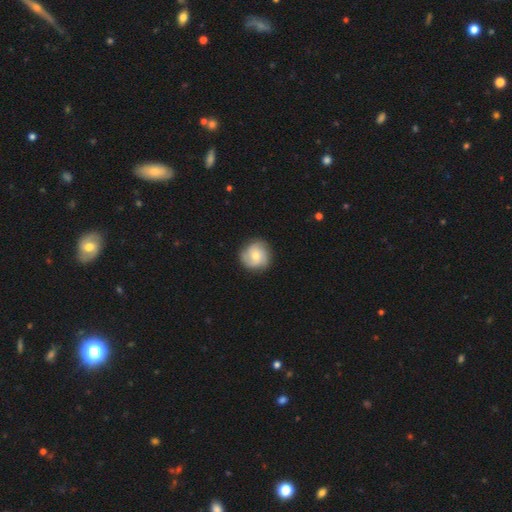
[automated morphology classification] featured or disk 51%, smooth 42%, star or artifact 7%. Down the decision tree: edge-on disk — no (98%); merging — none (82%).